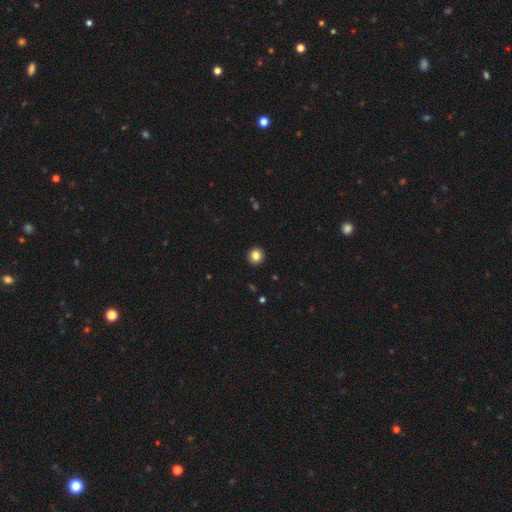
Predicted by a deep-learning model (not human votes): The model was most divided on "smooth or featured": smooth: 85%, star or artifact: 10%, featured or disk: 5%. More confident: merging — none (93%); how rounded — round (93%).